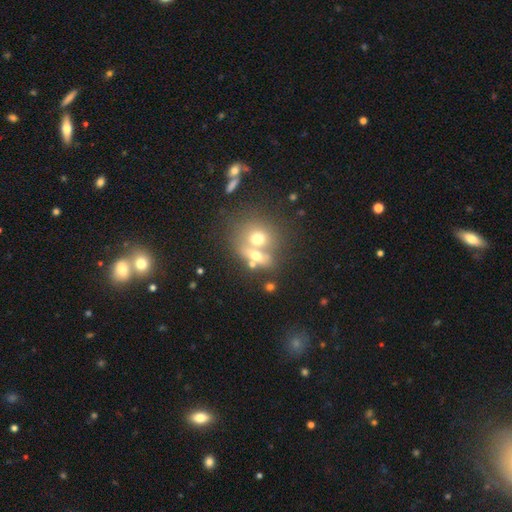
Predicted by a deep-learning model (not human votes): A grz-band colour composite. It shows a smooth galaxy with no disk features (60%) that is round (52%). Merging: merger (59%).